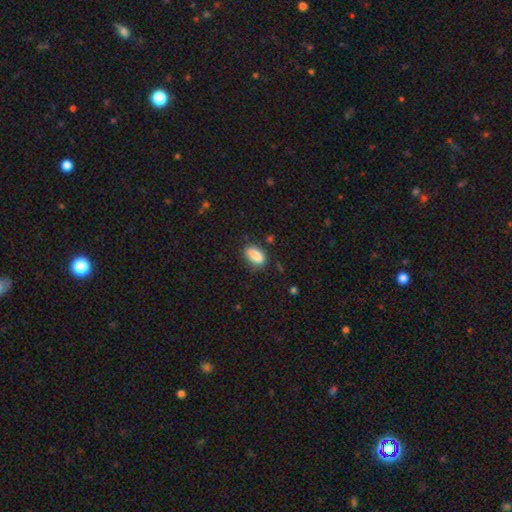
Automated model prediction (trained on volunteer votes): A smooth galaxy with no disk features (87%) that is in between round and cigar-shaped (89%). Merging: none (76%).